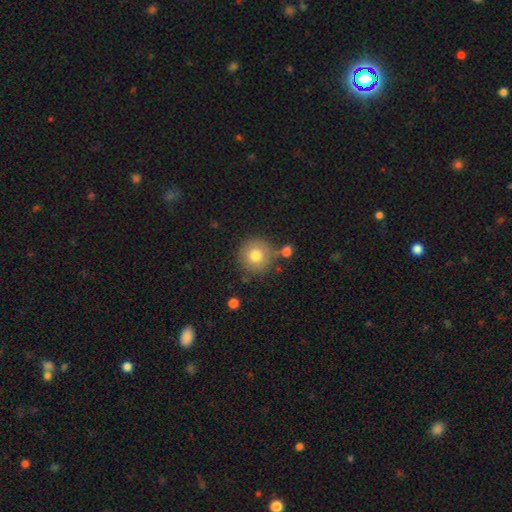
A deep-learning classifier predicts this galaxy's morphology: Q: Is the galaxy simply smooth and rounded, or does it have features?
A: smooth — 78%.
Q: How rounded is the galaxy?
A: round — 95%.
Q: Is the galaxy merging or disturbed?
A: none — 78%.